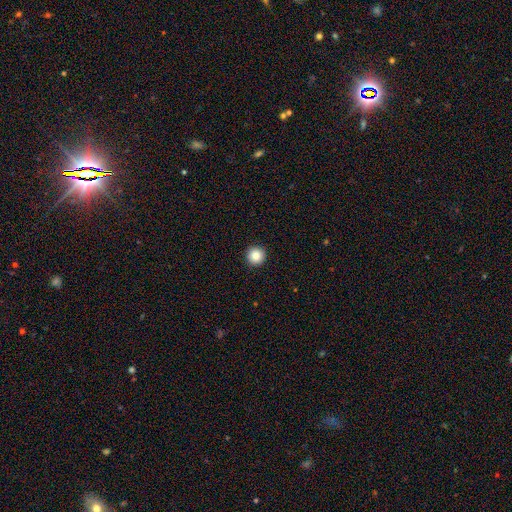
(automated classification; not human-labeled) This appears to be a smooth galaxy with no disk features (87%) that is round (96%). Merging: none (93%).